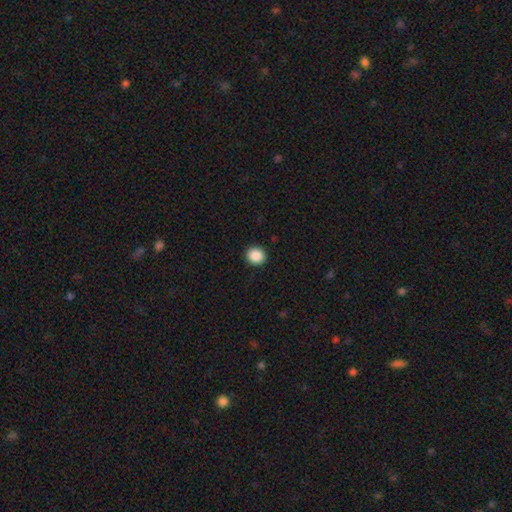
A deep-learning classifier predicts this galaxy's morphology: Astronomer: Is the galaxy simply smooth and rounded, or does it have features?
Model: smooth — 88%.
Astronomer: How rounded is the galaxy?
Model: round — 90%.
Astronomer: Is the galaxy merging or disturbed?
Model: none — 93%.